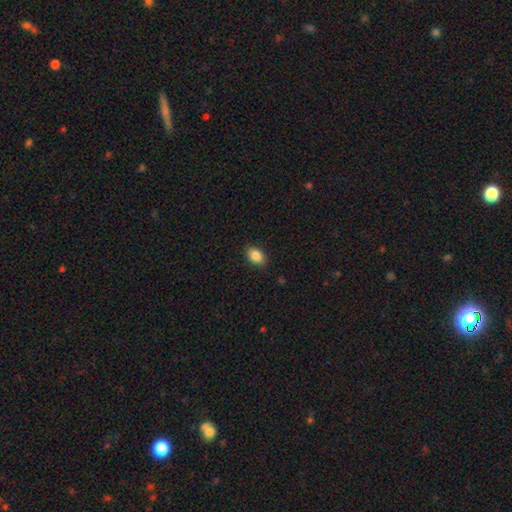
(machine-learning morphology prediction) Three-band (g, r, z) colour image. It shows a smooth galaxy with no disk features (87%) that is in between round and cigar-shaped (83%). Merging: none (86%).